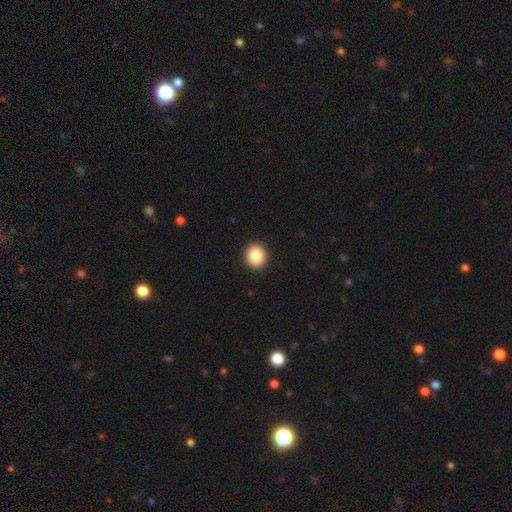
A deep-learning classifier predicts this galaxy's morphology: smooth 88%, star or artifact 8%, featured or disk 4%. Down the decision tree: how rounded — round (76%); merging — none (92%).